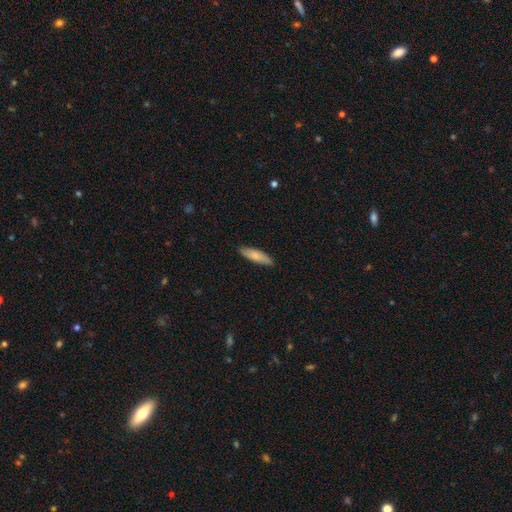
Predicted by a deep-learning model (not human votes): Overall: smooth (77%). How rounded: cigar-shaped (55%; in between 44%). Merging: none (85%).